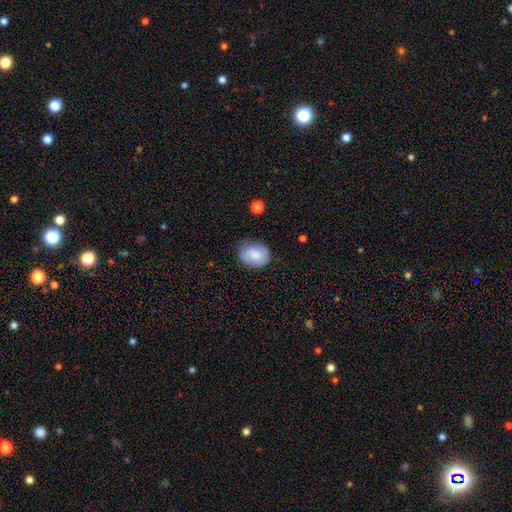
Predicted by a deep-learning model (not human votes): Smooth or featured: smooth — 80% (featured or disk — 13%)
How rounded: in between — 58% (round — 42%)
Merging: none — 63% (minor disturbance — 29%)